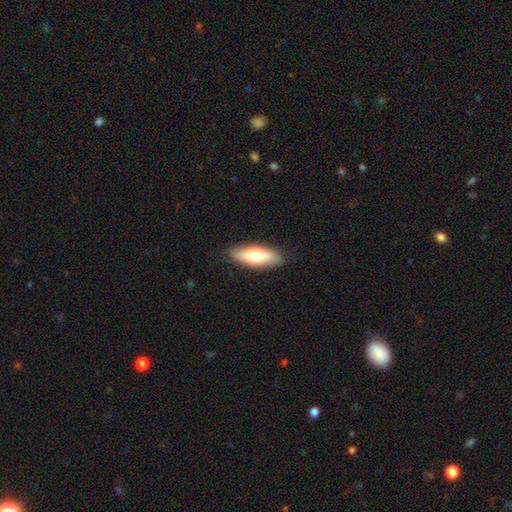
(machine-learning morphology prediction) type=smooth (63%); roundness=in between (63%); merging=none (87%).